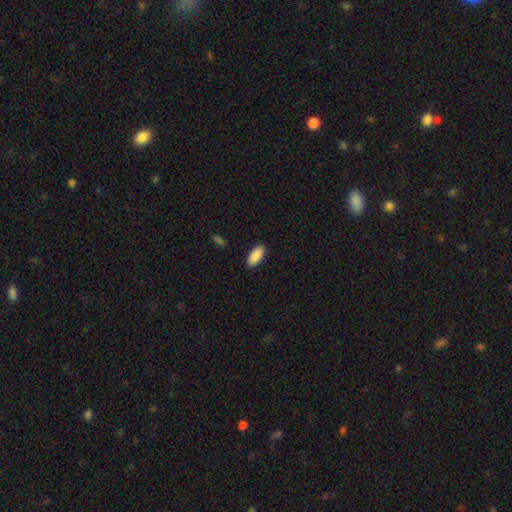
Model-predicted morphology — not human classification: type=smooth (90%); roundness=in between (90%); merging=none (90%).